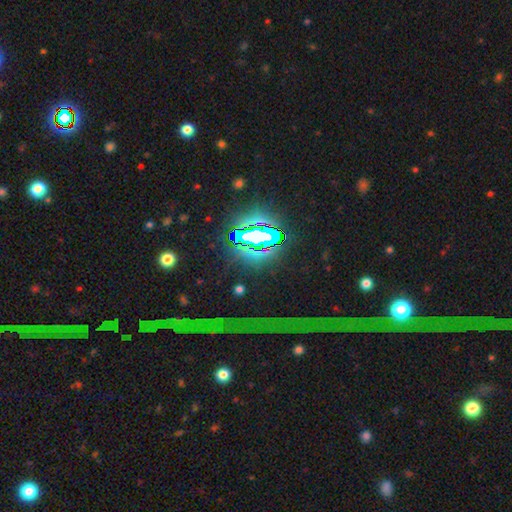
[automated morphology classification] star or artifact 83%, smooth 9%, featured or disk 8%.